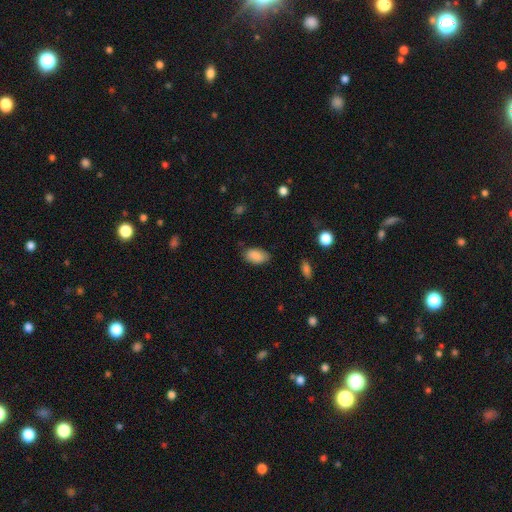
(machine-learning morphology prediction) Smooth or featured: smooth — 88% (star or artifact — 7%)
How rounded: in between — 93% (round — 5%)
Merging: none — 78% (minor disturbance — 17%)